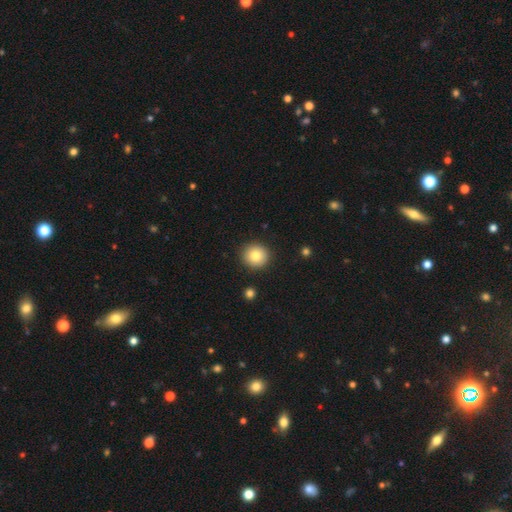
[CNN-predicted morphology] smooth 81%, featured or disk 9%, star or artifact 9%. Down the decision tree: how rounded — round (92%); merging — none (91%).